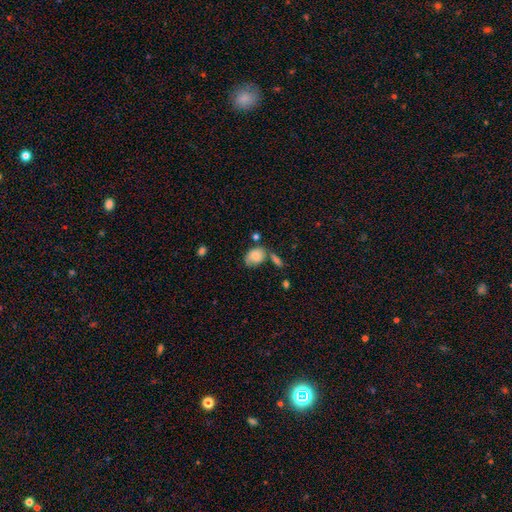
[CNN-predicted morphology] Smooth or featured? Predicted: smooth (p=0.76). How rounded? Predicted: in between (p=0.71). Merging? Predicted: none (p=0.43).